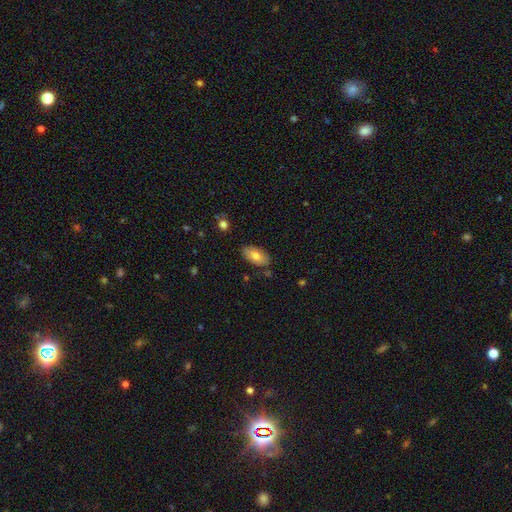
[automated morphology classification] smooth-or-featured: smooth: 75% | featured or disk: 18% | star or artifact: 7%
  how-rounded: in between: 93% | cigar-shaped: 4% | round: 3%
  merging: none: 84% | minor disturbance: 12% | major disturbance: 2% | merger: 2%